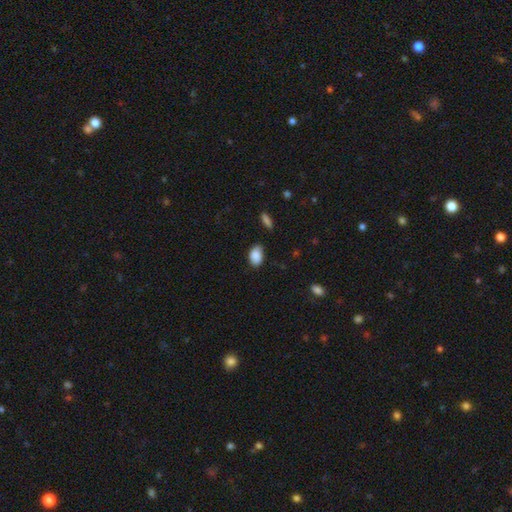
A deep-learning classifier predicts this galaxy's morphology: smooth-or-featured: smooth: 88% | star or artifact: 7% | featured or disk: 4%
  how-rounded: in between: 89% | round: 10% | cigar-shaped: 1%
  merging: none: 74% | minor disturbance: 20% | major disturbance: 3% | merger: 2%